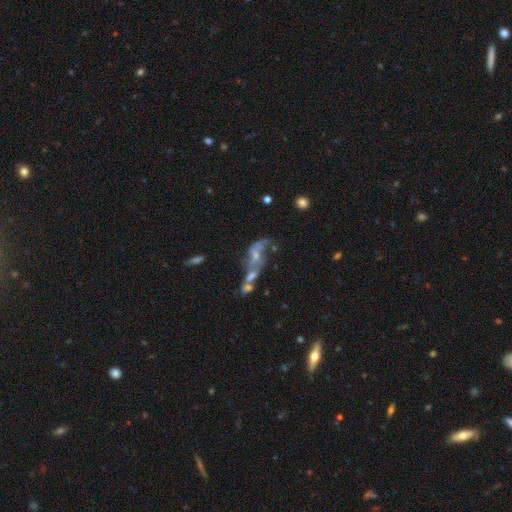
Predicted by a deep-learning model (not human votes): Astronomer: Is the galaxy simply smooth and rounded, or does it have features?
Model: featured or disk — 65%.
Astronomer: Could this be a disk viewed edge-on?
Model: no — 91%.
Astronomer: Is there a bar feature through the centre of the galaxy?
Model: no — 68%.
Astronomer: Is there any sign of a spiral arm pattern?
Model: yes — 60% (runner-up: no, 40%).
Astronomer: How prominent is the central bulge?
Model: small — 47% (runner-up: moderate, 31%).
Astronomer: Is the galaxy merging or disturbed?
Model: merger — 44% (runner-up: none, 23%).